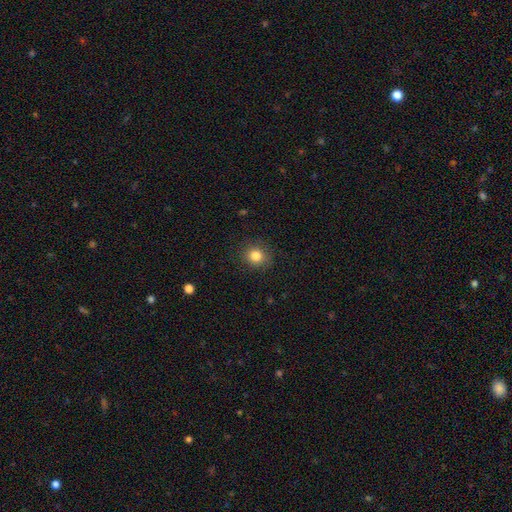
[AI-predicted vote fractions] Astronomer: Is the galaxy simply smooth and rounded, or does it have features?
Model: smooth — 83%.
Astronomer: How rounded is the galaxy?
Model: round — 83%.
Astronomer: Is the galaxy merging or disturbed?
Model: none — 87%.